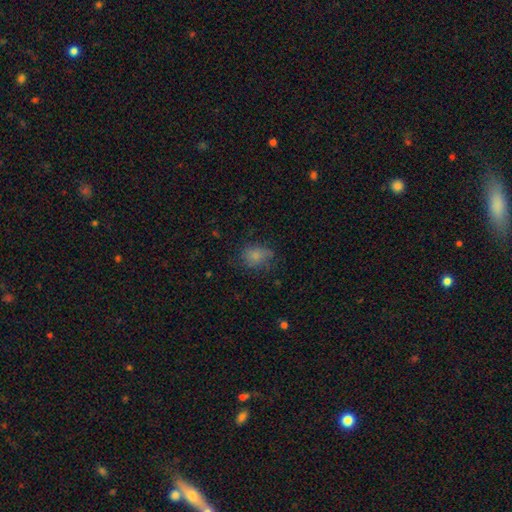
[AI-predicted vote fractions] Smooth or featured? smooth (75%)
How rounded? round (50%)
Merging? none (62%)